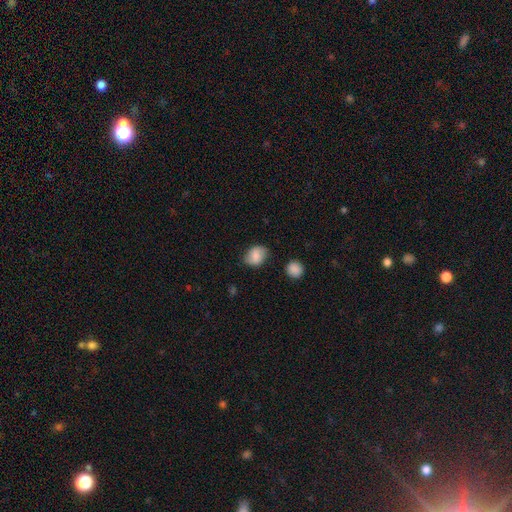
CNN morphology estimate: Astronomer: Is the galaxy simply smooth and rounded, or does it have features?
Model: smooth — 77%.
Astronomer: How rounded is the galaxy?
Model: in between — 62%.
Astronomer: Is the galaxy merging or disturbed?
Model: none — 74%.